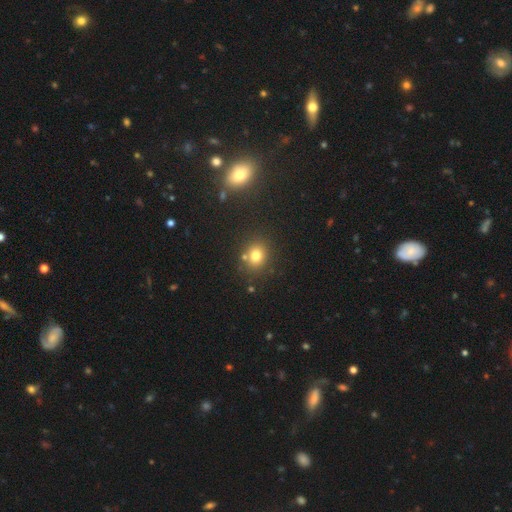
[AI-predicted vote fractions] Smooth or featured?
  - smooth: 75% *
  - star or artifact: 16%
  - featured or disk: 9%
How rounded?
  - round: 72% *
  - in between: 27%
  - cigar-shaped: 1%
Merging?
  - none: 75% *
  - merger: 11%
  - minor disturbance: 11%
  - major disturbance: 4%